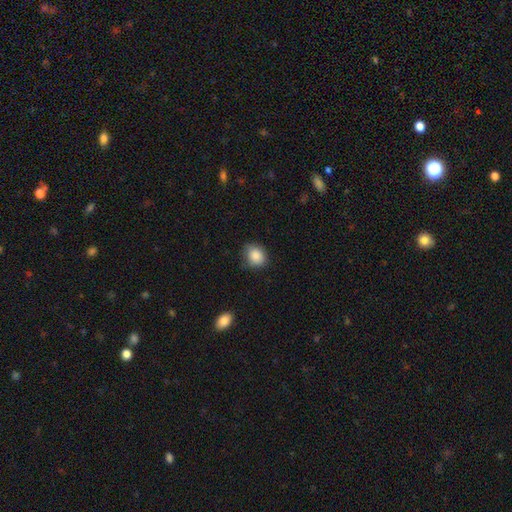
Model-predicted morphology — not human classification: Overall: smooth (86%). How rounded: round (62%; in between 37%). Merging: none (69%).